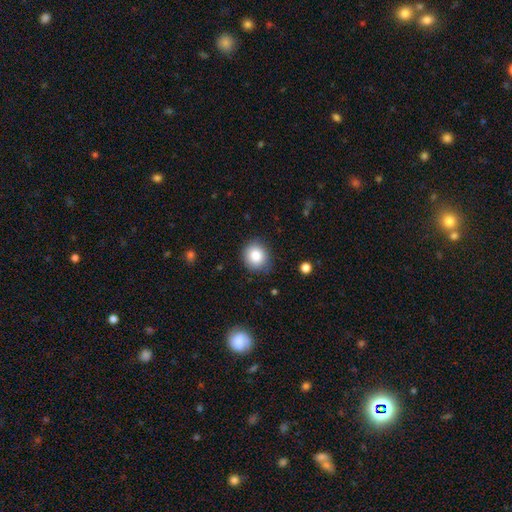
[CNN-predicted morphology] Overall: smooth (85%). How rounded: round (77%). Merging: none (83%).